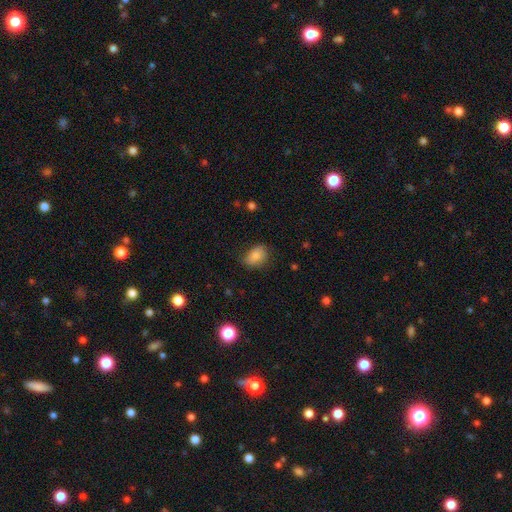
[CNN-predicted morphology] Smooth or featured?
  - smooth: 80% *
  - featured or disk: 12%
  - star or artifact: 8%
How rounded?
  - in between: 79% *
  - round: 19%
  - cigar-shaped: 1%
Merging?
  - none: 65% *
  - minor disturbance: 27%
  - major disturbance: 7%
  - merger: 1%